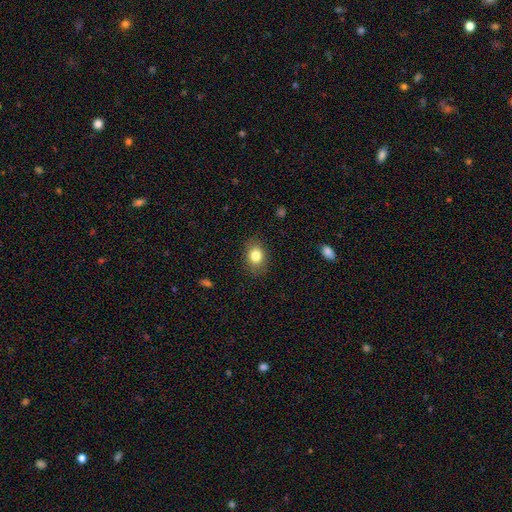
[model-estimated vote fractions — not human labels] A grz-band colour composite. It shows a smooth galaxy with no disk features (82%) that is in between round and cigar-shaped (63%). Merging: none (83%).